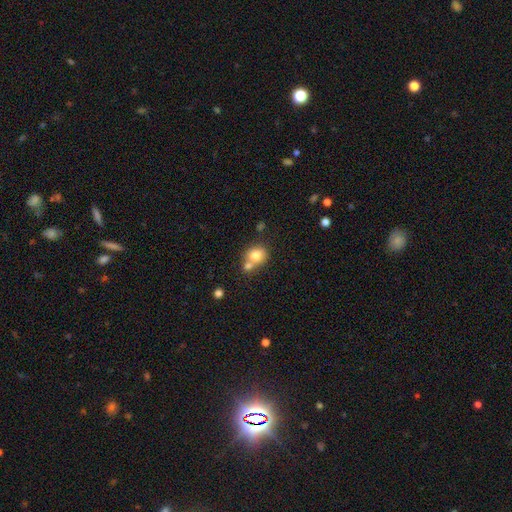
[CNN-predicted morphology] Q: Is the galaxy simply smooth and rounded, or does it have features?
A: smooth — 79%.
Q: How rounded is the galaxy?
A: round — 75%.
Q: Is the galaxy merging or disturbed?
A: none — 45%.